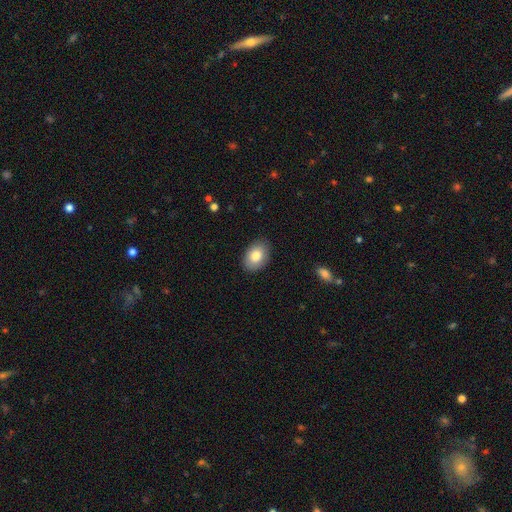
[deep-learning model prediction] smooth 82%, featured or disk 11%, star or artifact 7%. Down the decision tree: how rounded — in between (83%); merging — none (86%).